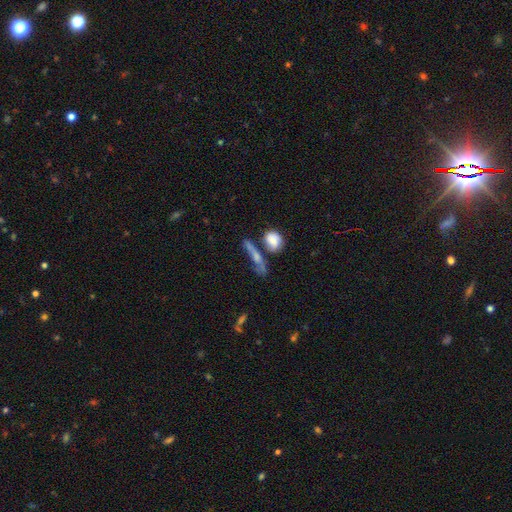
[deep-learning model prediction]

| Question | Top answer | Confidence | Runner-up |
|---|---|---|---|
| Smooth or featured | smooth | 47% | featured or disk (39%) |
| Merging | none | 46% | merger (22%) |